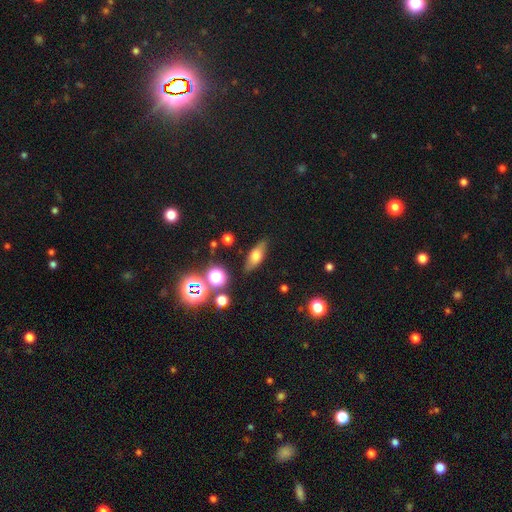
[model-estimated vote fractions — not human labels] Q: Smooth or featured?
A: smooth (60%); runner-up: featured or disk (27%)
Q: How rounded?
A: in between (67%); runner-up: cigar-shaped (26%)
Q: Merging?
A: none (82%); runner-up: minor disturbance (12%)